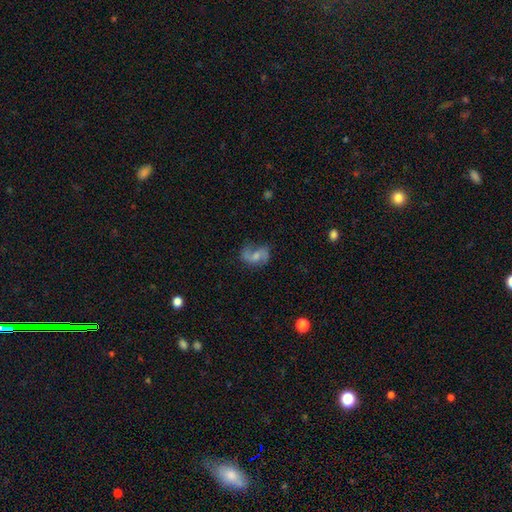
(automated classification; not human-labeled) Smooth or featured?
  - featured or disk: 69% *
  - smooth: 23%
  - star or artifact: 8%
Edge-on disk?
  - no: 98% *
  - yes: 2%
Bar?
  - no: 52% *
  - weak: 39%
  - strong: 9%
Spiral arms?
  - yes: 91% *
  - no: 9%
Spiral winding?
  - loose: 59% *
  - medium: 33%
  - tight: 8%
Spiral arm count?
  - 2: 86% *
  - 1: 7%
  - can't tell: 4%
  - 3: 1%
  - 4: 1%
  - more than 4: 1%
Bulge size?
  - moderate: 40% *
  - small: 38%
  - none: 15%
  - large: 5%
  - dominant: 1%
Merging?
  - none: 58% *
  - minor disturbance: 22%
  - major disturbance: 17%
  - merger: 3%